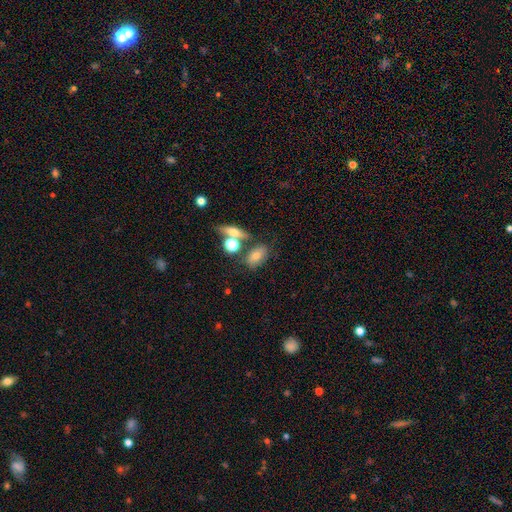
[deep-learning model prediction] A smooth galaxy with no disk features (69%) that is in between round and cigar-shaped (80%). Merging: none (59%).